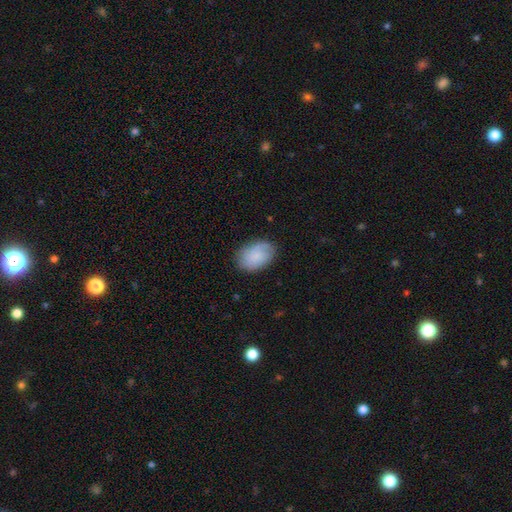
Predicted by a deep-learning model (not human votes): A smooth galaxy with no disk features (79%) that is in between round and cigar-shaped (86%).

Vote fractions:
- Smooth or featured? smooth: 79% / featured or disk: 14% / star or artifact: 7%
- How rounded? in between: 86% / round: 12% / cigar-shaped: 1%
- Merging? none: 78% / minor disturbance: 17% / major disturbance: 4% / merger: 1%